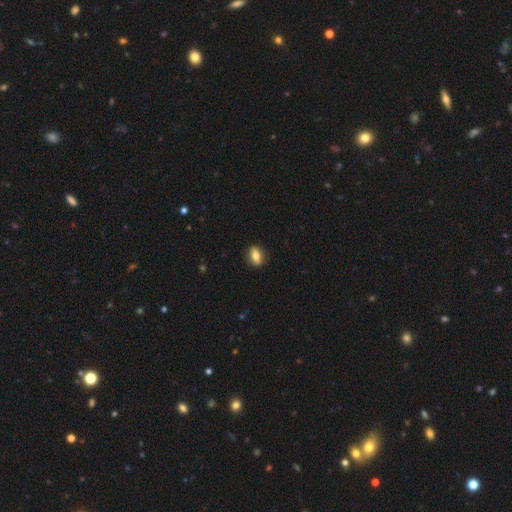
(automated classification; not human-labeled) Smooth or featured? Predicted: smooth (p=0.75). How rounded? Predicted: in between (p=0.75). Merging? Predicted: none (p=0.88).